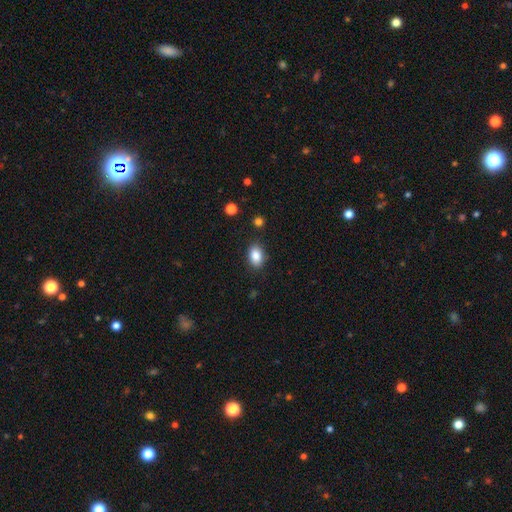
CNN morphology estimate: type=smooth (87%); roundness=in between (85%); merging=none (85%).